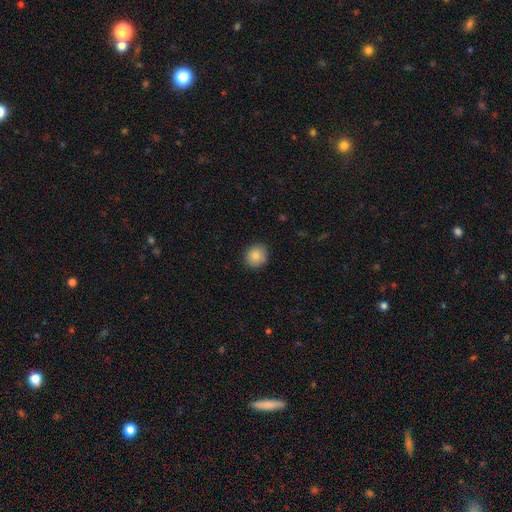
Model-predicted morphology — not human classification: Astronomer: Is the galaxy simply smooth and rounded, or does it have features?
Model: smooth — 84%.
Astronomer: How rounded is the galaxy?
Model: round — 83%.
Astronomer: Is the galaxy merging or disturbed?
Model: none — 86%.